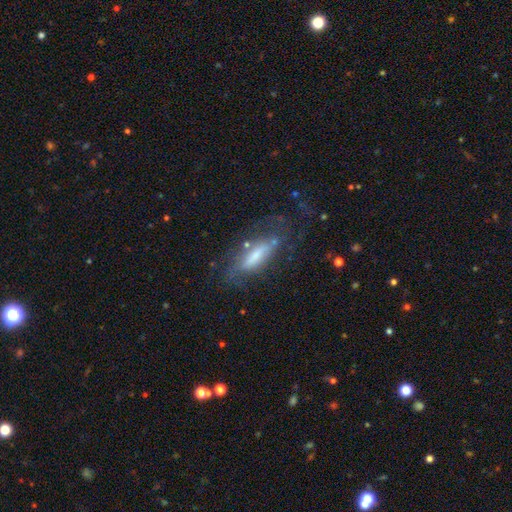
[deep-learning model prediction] smooth-or-featured: featured or disk: 51% | smooth: 40% | star or artifact: 9%
  disk-edge-on: no: 64% | yes: 36%
  merging: none: 51% | minor disturbance: 23% | major disturbance: 22% | merger: 4%